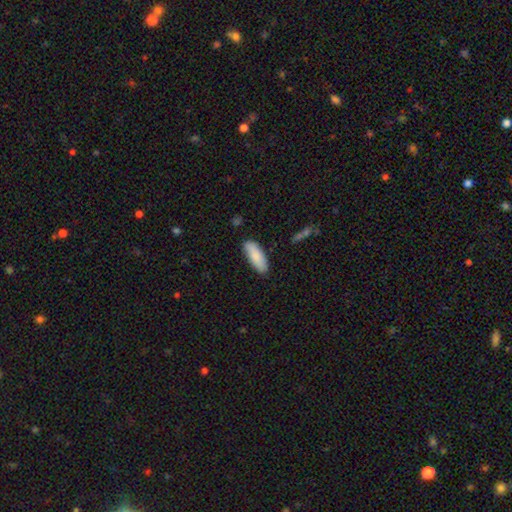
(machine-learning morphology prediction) Smooth or featured? smooth (87%)
How rounded? in between (71%)
Merging? none (83%)